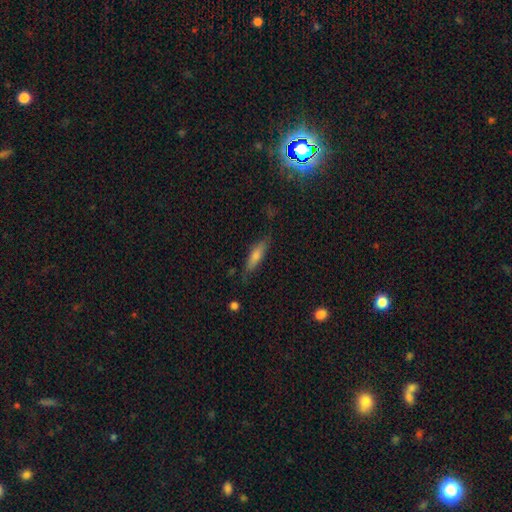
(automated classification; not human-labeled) Morphology: type=smooth (61%); roundness=cigar-shaped (68%); merging=none (76%).